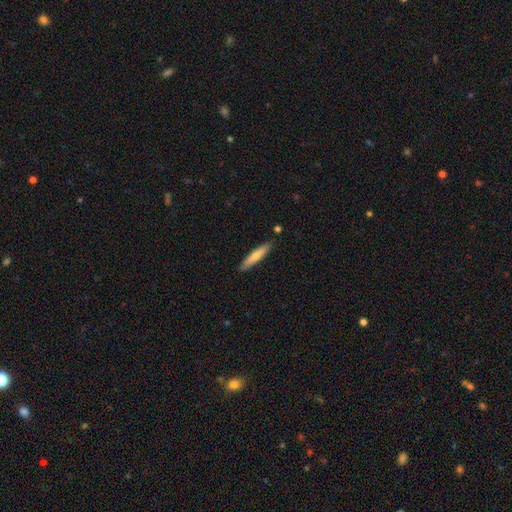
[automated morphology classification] A smooth galaxy with no disk features (71%) that is cigar-shaped (90%). Merging: none (87%).